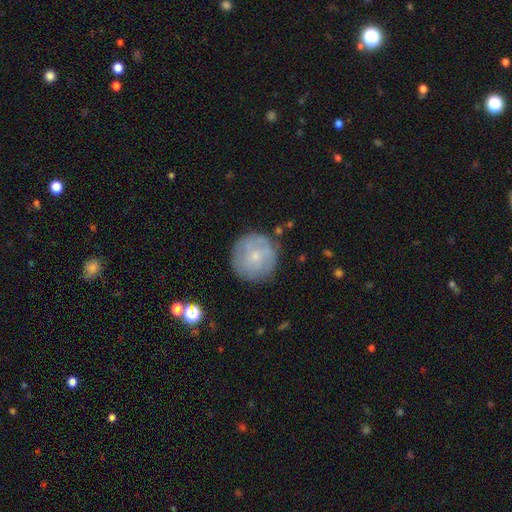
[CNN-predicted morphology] smooth 52%, featured or disk 41%, star or artifact 8%. Down the decision tree: how rounded — round (95%); merging — none (81%).